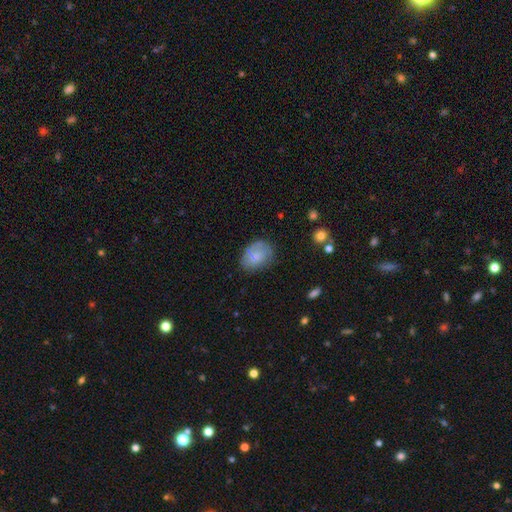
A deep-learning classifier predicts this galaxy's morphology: smooth 68%, featured or disk 23%, star or artifact 8%. Down the decision tree: how rounded — in between (70%); merging — none (64%).